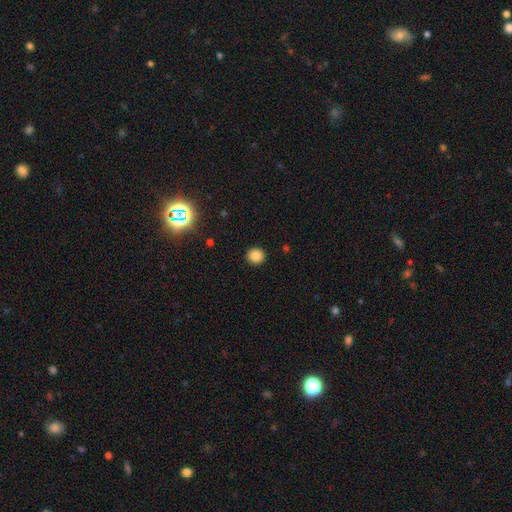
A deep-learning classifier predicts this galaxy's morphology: This appears to be a smooth galaxy with no disk features (85%) that is round (92%). Merging: none (92%).